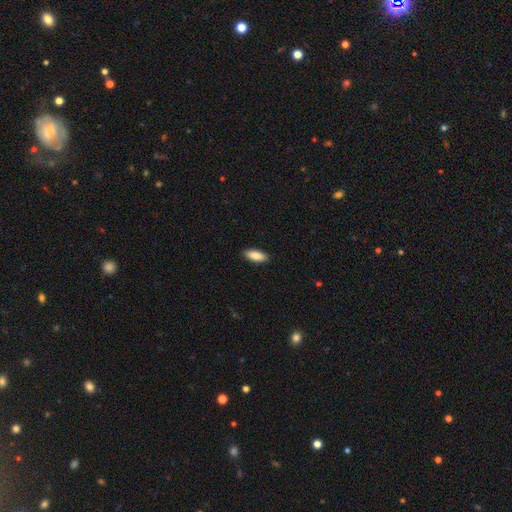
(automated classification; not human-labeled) This is clearly a smooth galaxy (88%). How rounded: likely in between (76%). Merging: clearly none (90%).